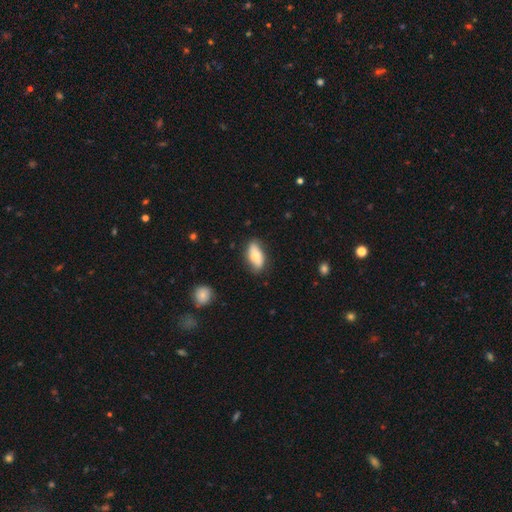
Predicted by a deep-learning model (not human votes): smooth_or_featured: smooth (p=0.68) [alt: featured or disk p=0.26]
how_rounded: in between (p=0.88) [alt: cigar-shaped p=0.09]
merging: none (p=0.81) [alt: minor disturbance p=0.15]